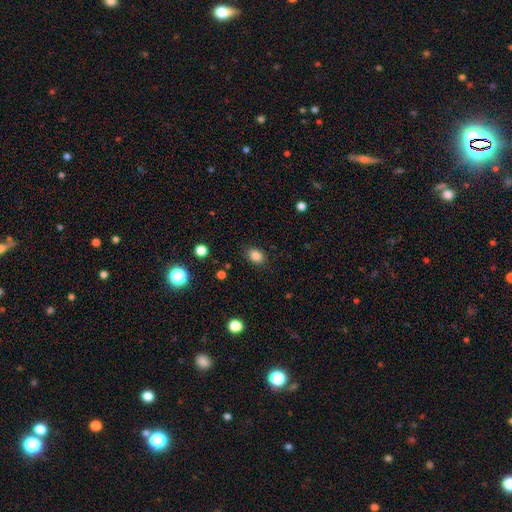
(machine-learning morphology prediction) A smooth galaxy with no disk features (85%) that is in between round and cigar-shaped (66%). Merging: none (86%).